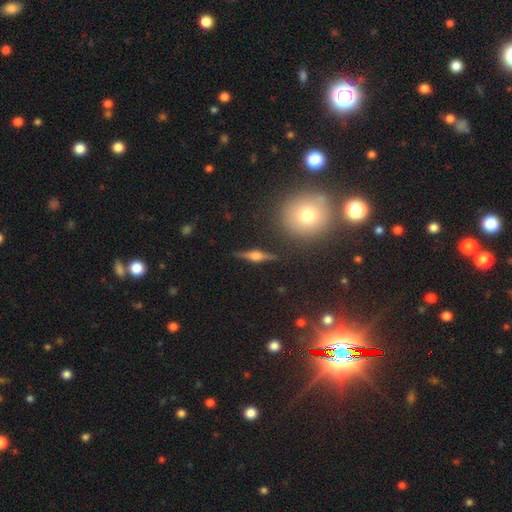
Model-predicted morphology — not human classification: Q: Smooth or featured?
A: featured or disk (74%); runner-up: smooth (18%)
Q: Edge-on disk?
A: yes (96%); runner-up: no (4%)
Q: Edge-on bulge?
A: rounded (88%); runner-up: boxy (10%)
Q: Merging?
A: none (86%); runner-up: minor disturbance (9%)